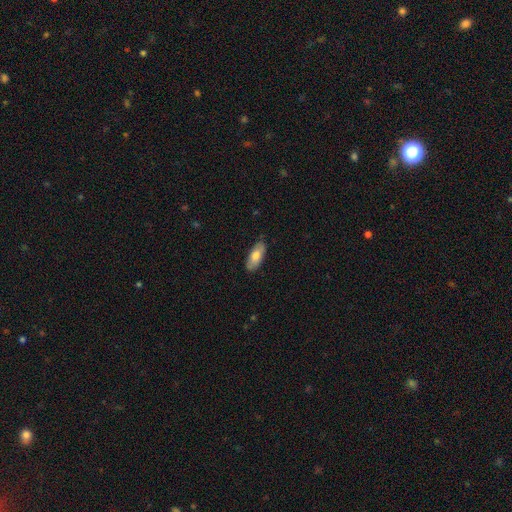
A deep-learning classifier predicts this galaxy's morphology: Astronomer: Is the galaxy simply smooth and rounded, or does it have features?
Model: smooth — 72%.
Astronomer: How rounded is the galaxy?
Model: in between — 83%.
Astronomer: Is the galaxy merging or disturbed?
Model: none — 82%.